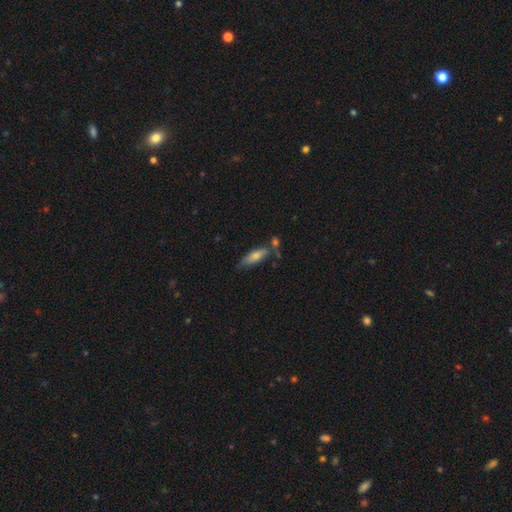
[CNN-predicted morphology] A smooth galaxy with no disk features (62%) that is cigar-shaped (53%). Merging: none (62%).